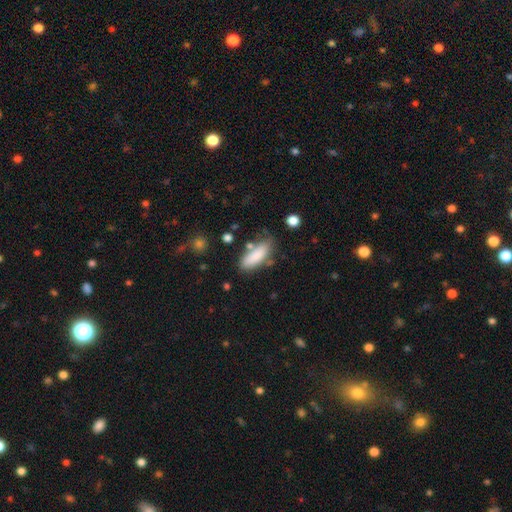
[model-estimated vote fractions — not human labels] smooth-or-featured: smooth: 84% | featured or disk: 9% | star or artifact: 7%
  how-rounded: in between: 62% | cigar-shaped: 36% | round: 2%
  merging: none: 66% | minor disturbance: 20% | merger: 8% | major disturbance: 6%